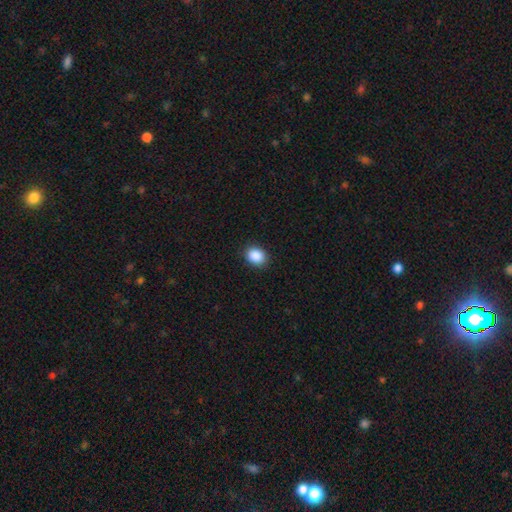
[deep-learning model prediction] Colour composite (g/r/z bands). It shows a smooth galaxy with no disk features (89%) that is in between round and cigar-shaped (53%). Merging: none (89%).